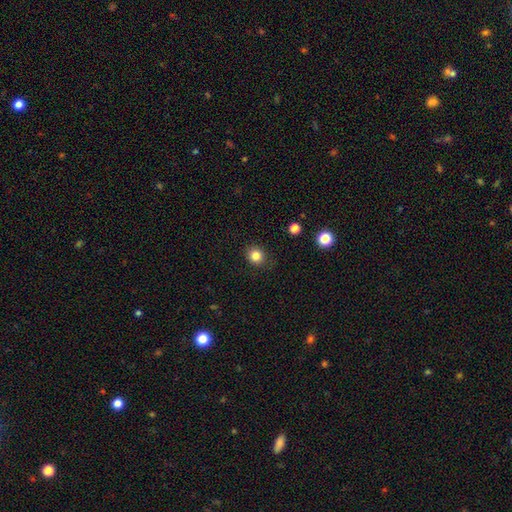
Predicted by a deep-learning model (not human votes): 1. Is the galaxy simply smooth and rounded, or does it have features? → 83% smooth, 12% star or artifact, 5% featured or disk.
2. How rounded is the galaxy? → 78% round, 21% in between, 1% cigar-shaped.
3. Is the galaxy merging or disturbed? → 87% none, 9% minor disturbance, 2% major disturbance, 1% merger.